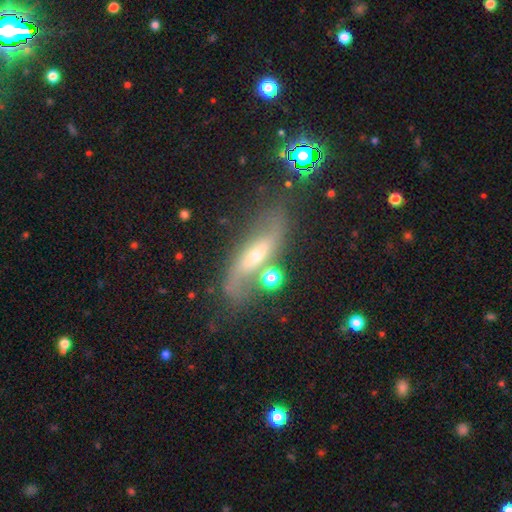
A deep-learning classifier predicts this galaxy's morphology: Smooth or featured? Predicted: featured or disk (p=0.65). Edge-on disk? Predicted: no (p=0.71). Merging? Predicted: none (p=0.58).